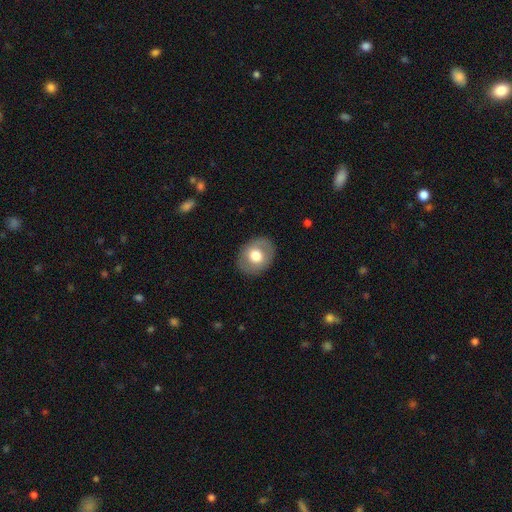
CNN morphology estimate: A smooth galaxy with no disk features (66%) that is in between round and cigar-shaped (52%). Merging: none (86%).